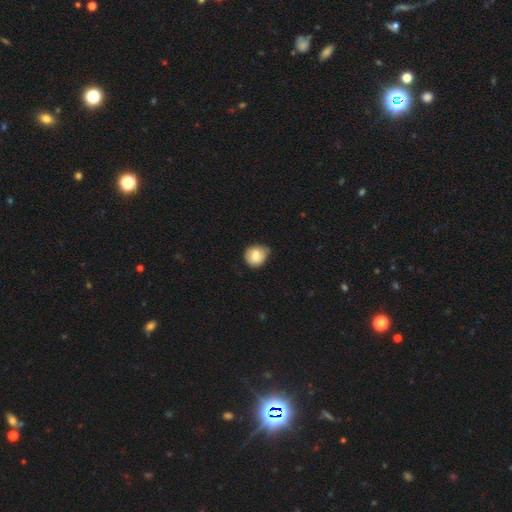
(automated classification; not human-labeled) smooth_or_featured: smooth (p=0.76) [alt: featured or disk p=0.16]
how_rounded: round (p=0.77) [alt: in between p=0.22]
merging: none (p=0.67) [alt: minor disturbance p=0.27]